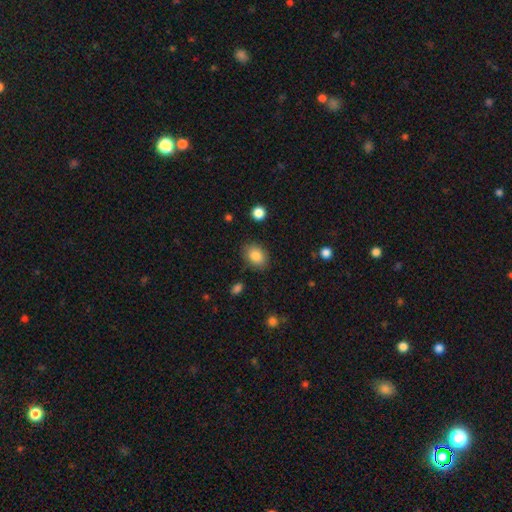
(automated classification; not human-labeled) A smooth galaxy with no disk features (85%) that is in between round and cigar-shaped (65%). Merging: none (84%).